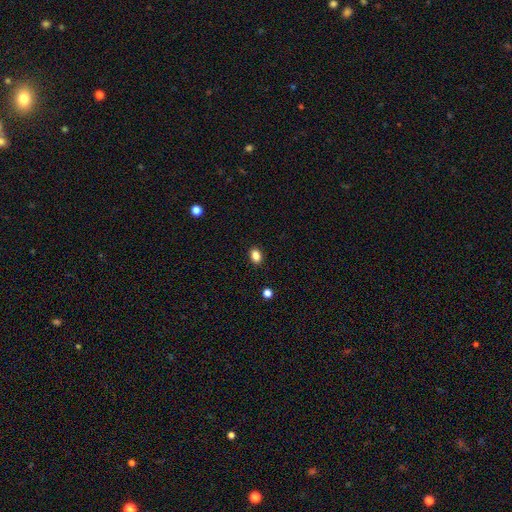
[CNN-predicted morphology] Smooth or featured: smooth — 86% (star or artifact — 10%)
How rounded: in between — 74% (round — 25%)
Merging: none — 90% (minor disturbance — 7%)